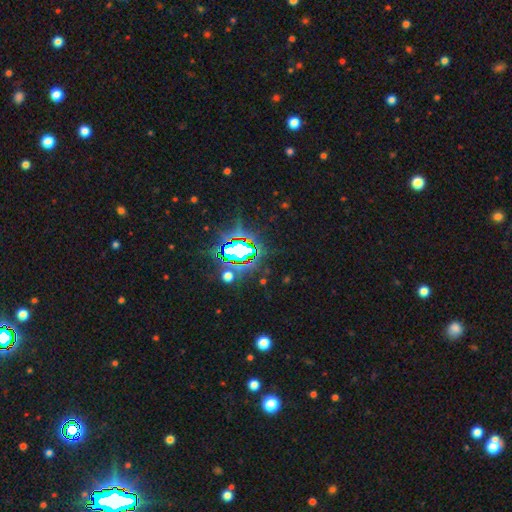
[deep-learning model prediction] Smooth or featured: star or artifact — 82% (smooth — 11%)